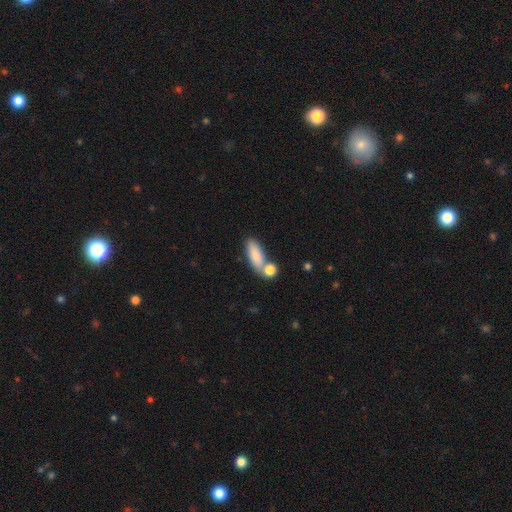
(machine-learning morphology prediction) This appears to be a smooth galaxy with no disk features (82%) that is in between round and cigar-shaped (71%). Merging: none (55%).